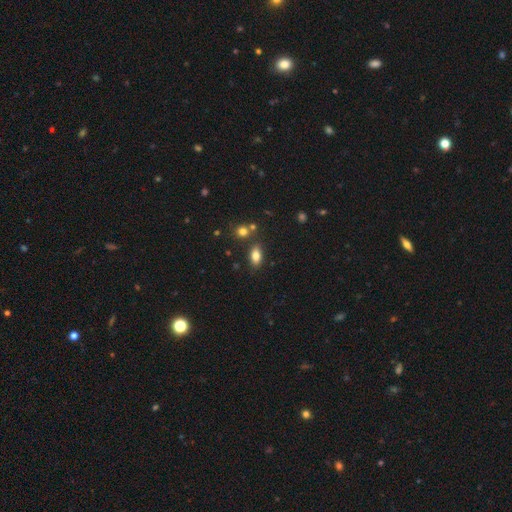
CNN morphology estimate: Overall: smooth (81%). How rounded: in between (87%). Merging: none (78%).